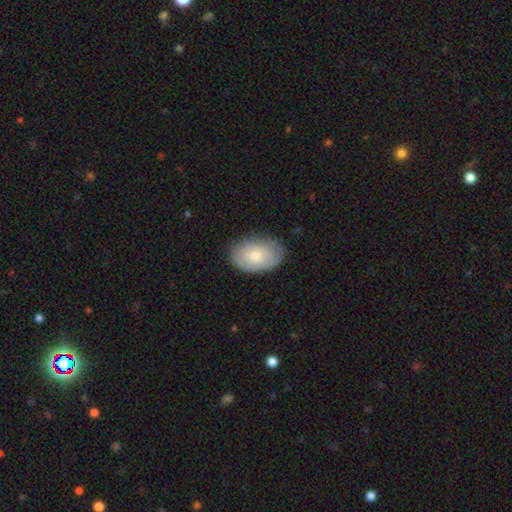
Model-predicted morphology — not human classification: smooth_or_featured: smooth (p=0.74) [alt: featured or disk p=0.20]
how_rounded: in between (p=0.88) [alt: round p=0.11]
merging: none (p=0.78) [alt: minor disturbance p=0.18]